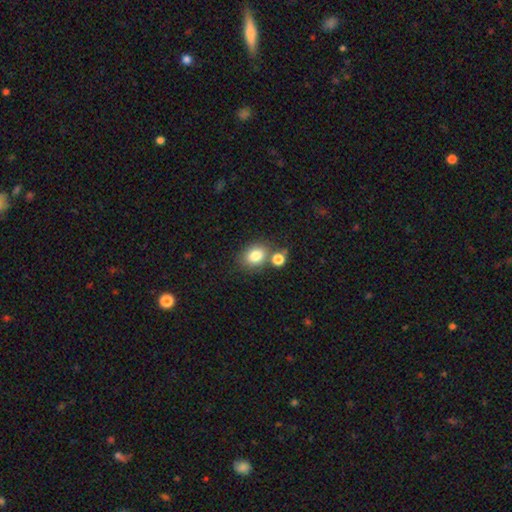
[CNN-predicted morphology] A smooth galaxy with no disk features (82%) that is in between round and cigar-shaped (55%).

Vote fractions:
- Smooth or featured? smooth: 82% / star or artifact: 10% / featured or disk: 7%
- How rounded? in between: 55% / round: 44% / cigar-shaped: 1%
- Merging? none: 63% / merger: 21% / minor disturbance: 12% / major disturbance: 4%